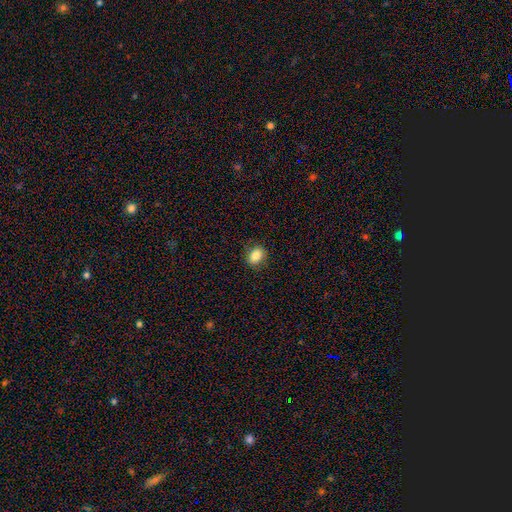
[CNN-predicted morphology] A smooth galaxy with no disk features (85%) that is in between round and cigar-shaped (64%). Merging: none (86%).